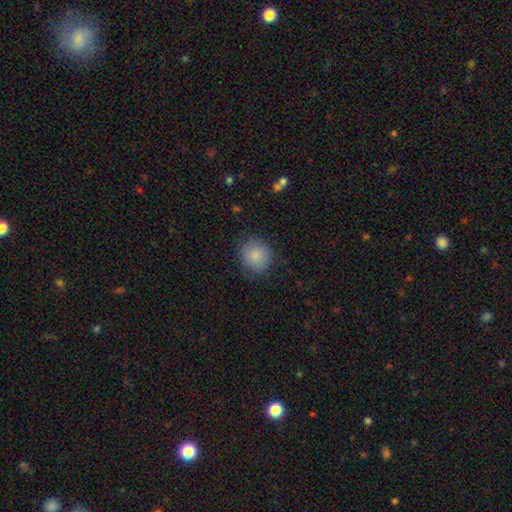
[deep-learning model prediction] Morphology: type=smooth (86%); roundness=round (88%); merging=none (83%).